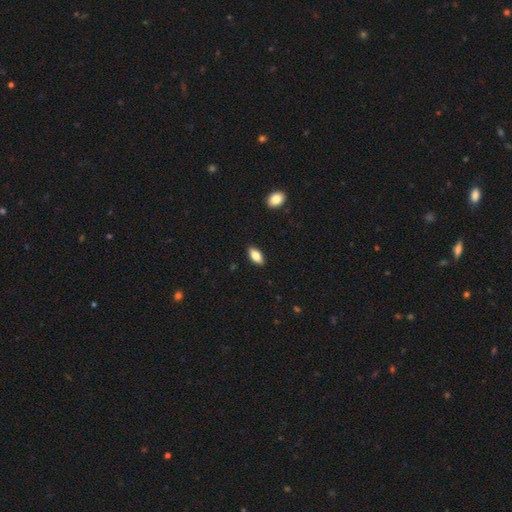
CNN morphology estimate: This appears to be a smooth galaxy with no disk features (80%) that is in between round and cigar-shaped (89%). Merging: none (89%).